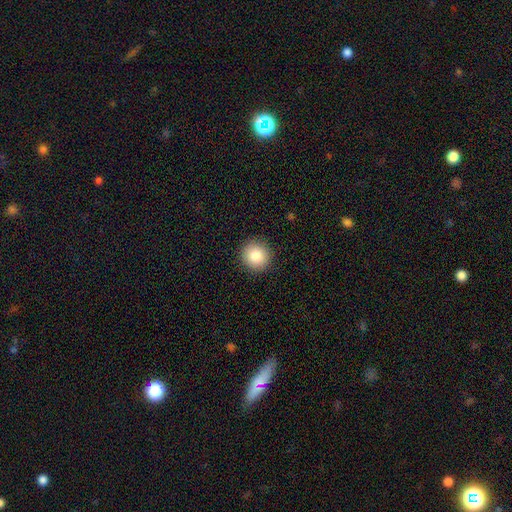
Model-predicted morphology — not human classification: smooth 85%, star or artifact 9%, featured or disk 6%. Down the decision tree: how rounded — round (92%); merging — none (91%).